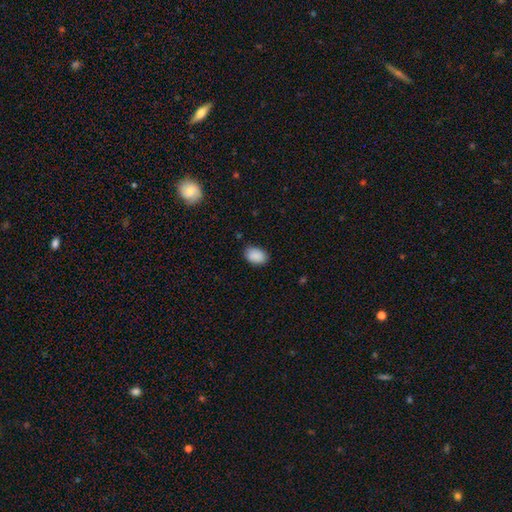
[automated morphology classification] A smooth galaxy with no disk features (90%) that is in between round and cigar-shaped (84%). Merging: none (84%).